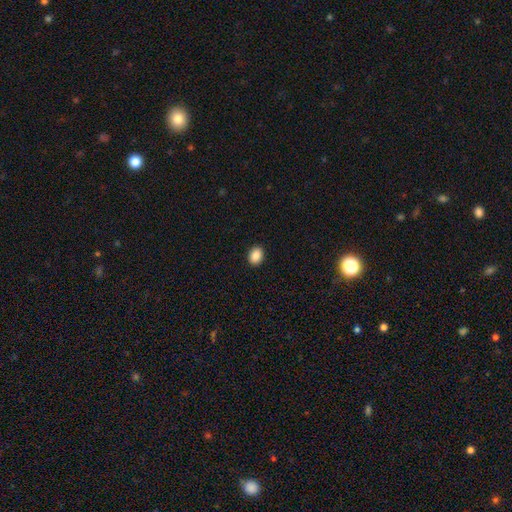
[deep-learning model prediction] A smooth galaxy with no disk features (88%) that is in between round and cigar-shaped (62%). Merging: none (92%).